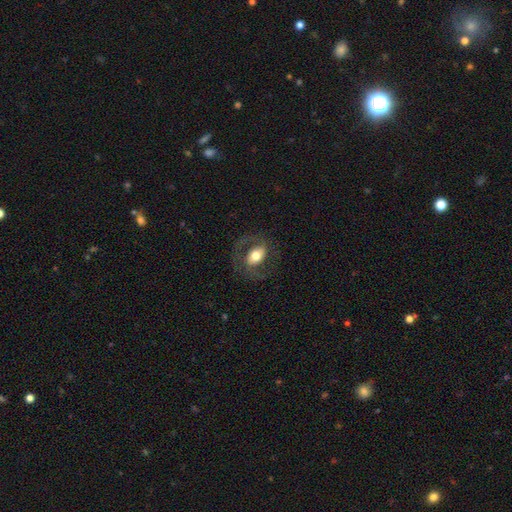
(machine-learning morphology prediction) A featured or disk galaxy (50%). Merging: none (70%).